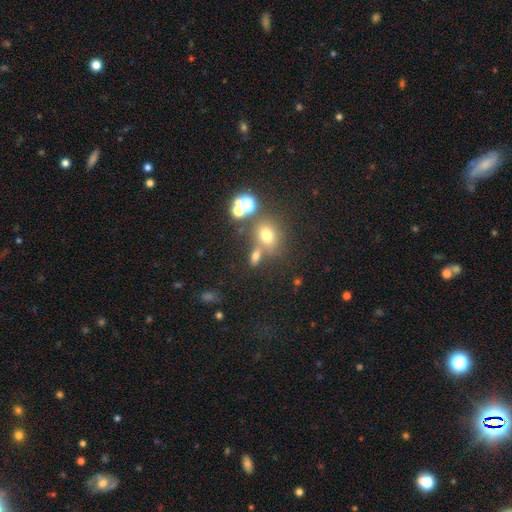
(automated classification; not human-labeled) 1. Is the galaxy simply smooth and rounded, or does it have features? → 63% smooth, 24% star or artifact, 13% featured or disk.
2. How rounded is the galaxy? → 58% in between, 34% round, 7% cigar-shaped.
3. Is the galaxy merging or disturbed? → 60% none, 24% merger, 11% minor disturbance, 6% major disturbance.